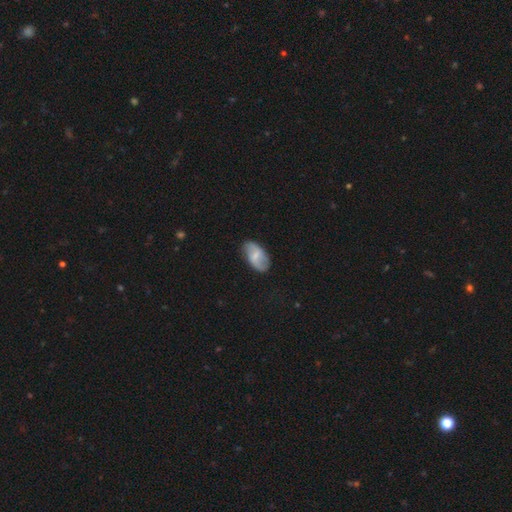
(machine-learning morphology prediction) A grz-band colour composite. It shows a featured or disk galaxy (48%). Merging: none (78%).